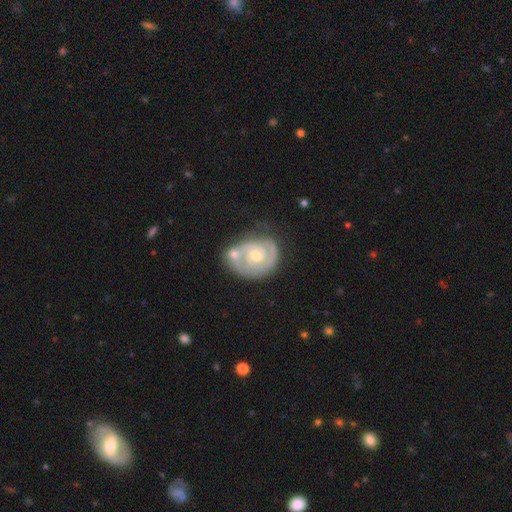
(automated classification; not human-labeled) smooth-or-featured: featured or disk: 82% | smooth: 14% | star or artifact: 5%
  disk-edge-on: no: 98% | yes: 2%
    bar: no: 73% | weak: 23% | strong: 4%
    has-spiral-arms: yes: 91% | no: 9%
      spiral-winding: tight: 65% | medium: 28% | loose: 7%
      spiral-arm-count: 2: 60% | can't tell: 16% | 1: 11% | 3: 9% | 4: 2% | more than 4: 2%
    bulge-size: moderate: 56% | small: 39% | large: 3% | none: 1% | dominant: 1%
  merging: none: 41% | merger: 30% | minor disturbance: 20% | major disturbance: 9%